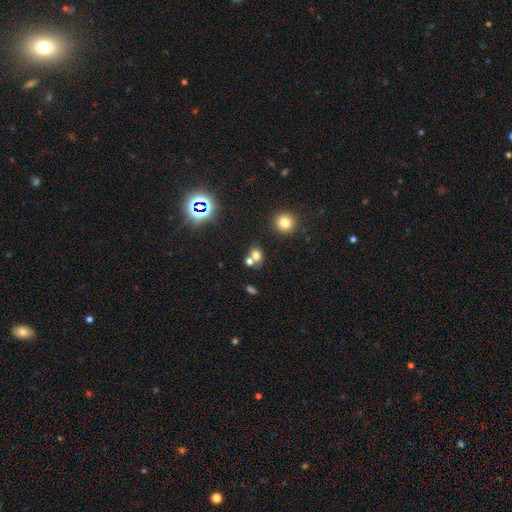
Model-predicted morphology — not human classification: Smooth or featured? Predicted: smooth (p=0.68). How rounded? Predicted: round (p=0.55). Merging? Predicted: none (p=0.45).